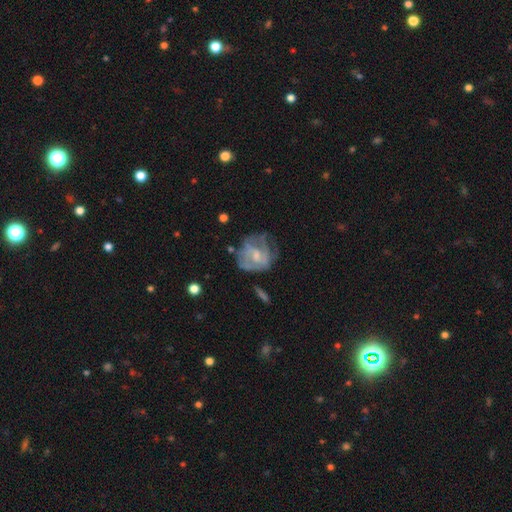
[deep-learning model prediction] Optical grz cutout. It shows a featured or disk galaxy (63%) with no bar (53%), spiral arms (56%) and a moderate central bulge (40%). Merging: none (45%).